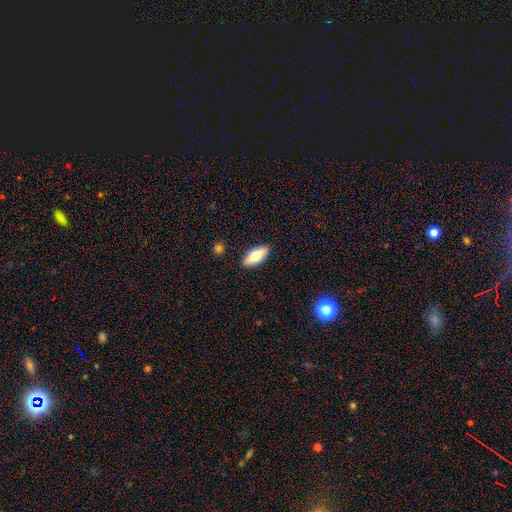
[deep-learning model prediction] smooth_or_featured: smooth (p=0.73) [alt: featured or disk p=0.21]
how_rounded: in between (p=0.82) [alt: cigar-shaped p=0.16]
merging: none (p=0.89) [alt: minor disturbance p=0.08]